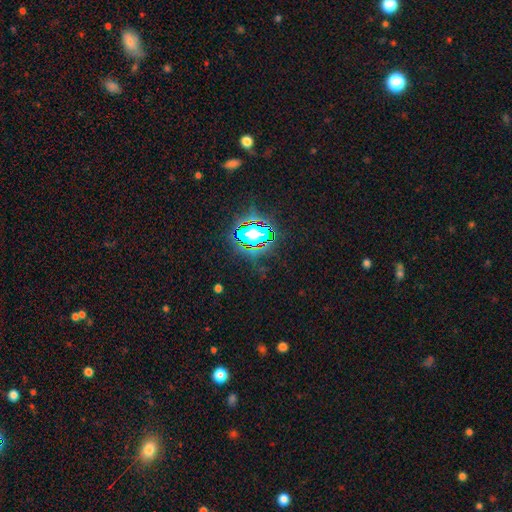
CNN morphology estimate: Q: Smooth or featured?
A: star or artifact (81%); runner-up: smooth (11%)